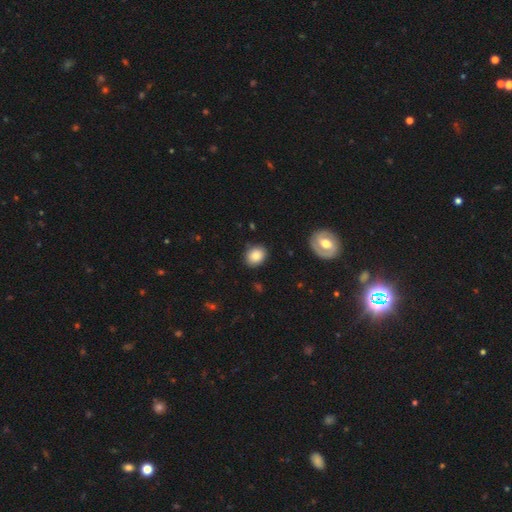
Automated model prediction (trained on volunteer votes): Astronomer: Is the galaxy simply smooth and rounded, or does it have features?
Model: smooth — 84%.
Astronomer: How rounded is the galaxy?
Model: round — 53% (runner-up: in between, 46%).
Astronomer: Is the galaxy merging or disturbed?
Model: none — 83%.